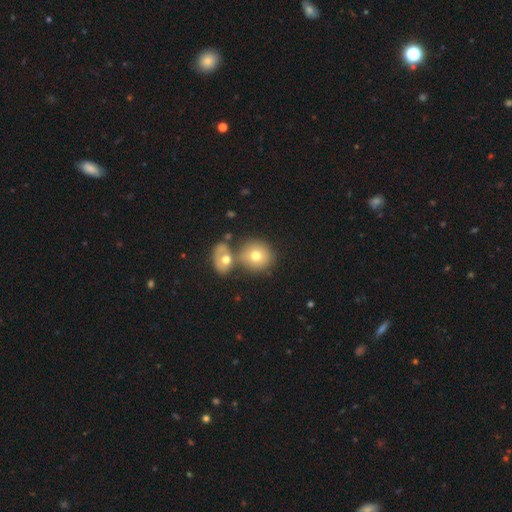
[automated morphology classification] smooth 69%, featured or disk 21%, star or artifact 10%. Down the decision tree: how rounded — round (83%); merging — none (50%).